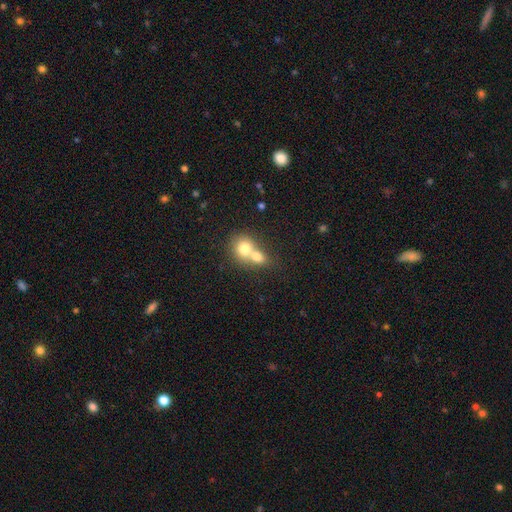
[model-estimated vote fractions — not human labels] Morphology: type=smooth (70%); roundness=round (66%); merging=merger (71%).